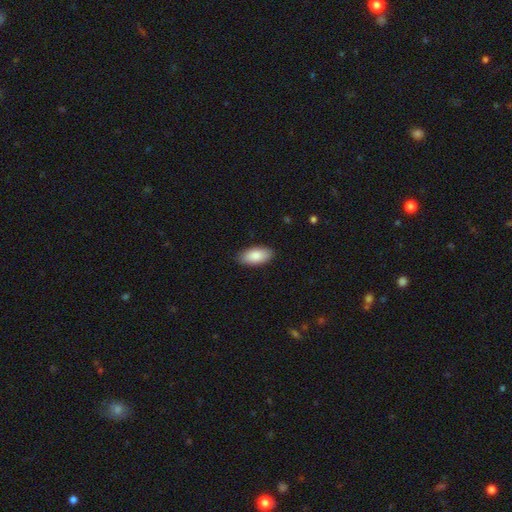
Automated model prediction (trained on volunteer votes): Smooth or featured: smooth — 87% (featured or disk — 7%)
How rounded: in between — 93% (cigar-shaped — 5%)
Merging: none — 87% (minor disturbance — 10%)